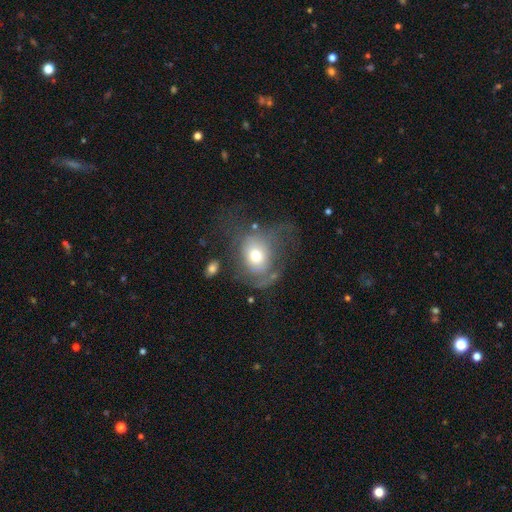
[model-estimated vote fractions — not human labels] Smooth or featured?
  - smooth: 53% *
  - featured or disk: 38%
  - star or artifact: 10%
How rounded?
  - round: 59% *
  - in between: 40%
  - cigar-shaped: 1%
Merging?
  - major disturbance: 44% *
  - none: 32%
  - minor disturbance: 20%
  - merger: 4%